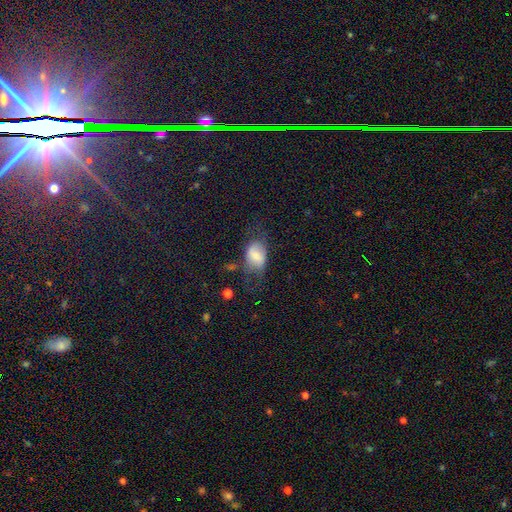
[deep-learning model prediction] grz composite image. It shows a smooth galaxy with no disk features (68%) that is in between round and cigar-shaped (83%). Merging: none (42%).